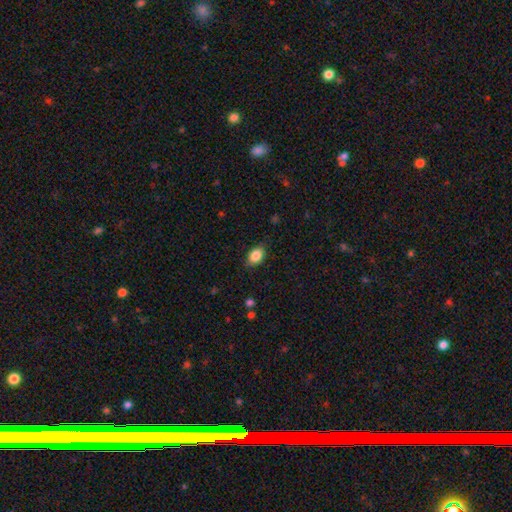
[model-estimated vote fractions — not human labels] Overall: smooth (85%). How rounded: in between (84%). Merging: none (82%).